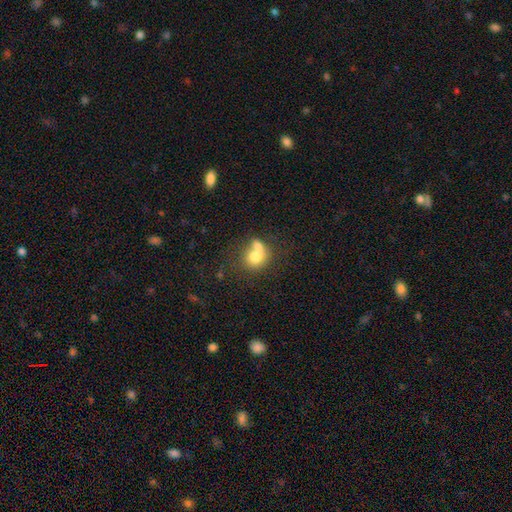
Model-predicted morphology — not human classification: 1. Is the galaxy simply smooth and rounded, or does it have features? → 72% smooth, 18% featured or disk, 10% star or artifact.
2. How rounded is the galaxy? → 71% round, 28% in between, 1% cigar-shaped.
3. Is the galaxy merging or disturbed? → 55% merger, 31% none, 9% minor disturbance, 5% major disturbance.